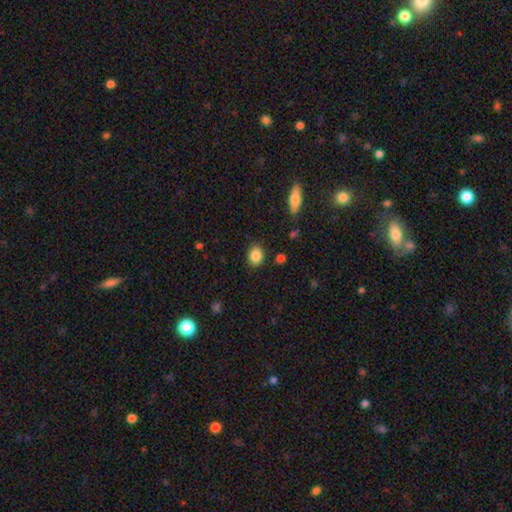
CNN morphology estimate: Q: Smooth or featured?
A: smooth (86%); runner-up: star or artifact (9%)
Q: How rounded?
A: in between (50%); runner-up: round (49%)
Q: Merging?
A: none (86%); runner-up: minor disturbance (10%)